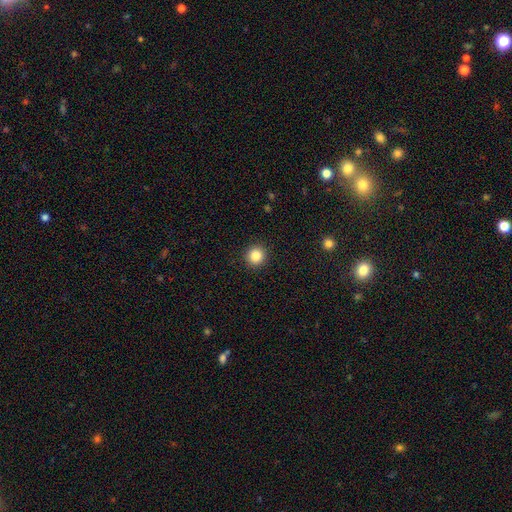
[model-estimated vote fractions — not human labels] smooth 85%, star or artifact 11%, featured or disk 4%. Down the decision tree: how rounded — round (94%); merging — none (93%).